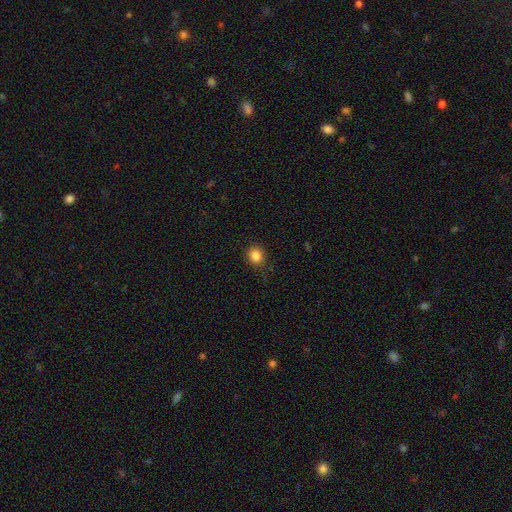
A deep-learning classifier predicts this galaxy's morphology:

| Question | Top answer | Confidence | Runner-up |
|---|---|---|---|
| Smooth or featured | smooth | 85% | star or artifact (11%) |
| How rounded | round | 79% | in between (20%) |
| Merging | none | 85% | minor disturbance (11%) |